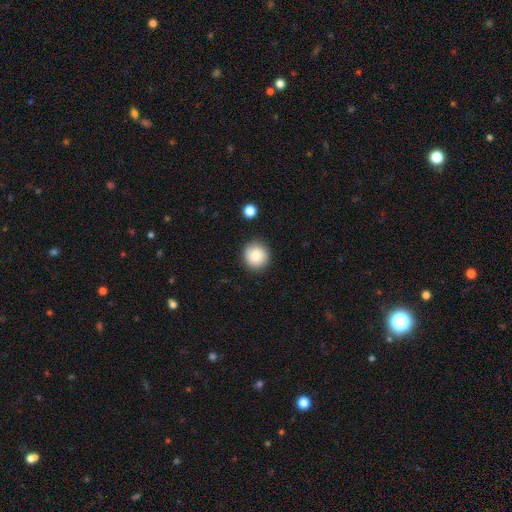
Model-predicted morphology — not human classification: A smooth galaxy with no disk features (85%) that is round (93%).

Vote fractions:
- Smooth or featured? smooth: 85% / star or artifact: 9% / featured or disk: 7%
- How rounded? round: 93% / in between: 6% / cigar-shaped: 1%
- Merging? none: 88% / minor disturbance: 8% / major disturbance: 2% / merger: 2%